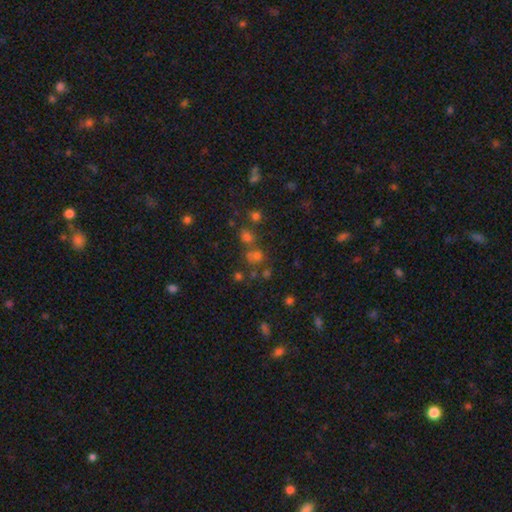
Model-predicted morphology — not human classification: Smooth or featured? smooth (45%)
Merging? none (60%)